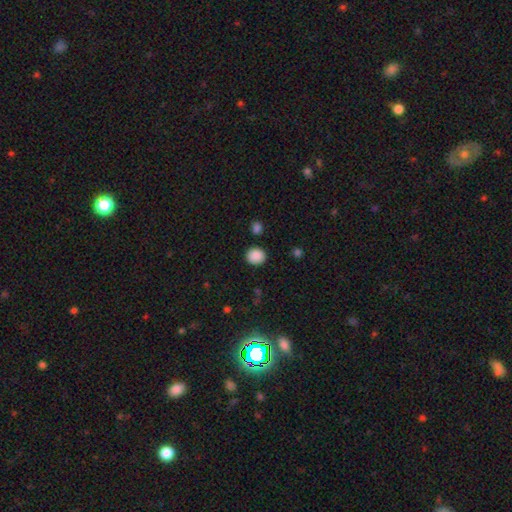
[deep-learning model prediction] The model was most divided on "how rounded": round: 82%, in between: 17%, cigar-shaped: 1%. More confident: merging — none (89%); smooth or featured — smooth (88%).